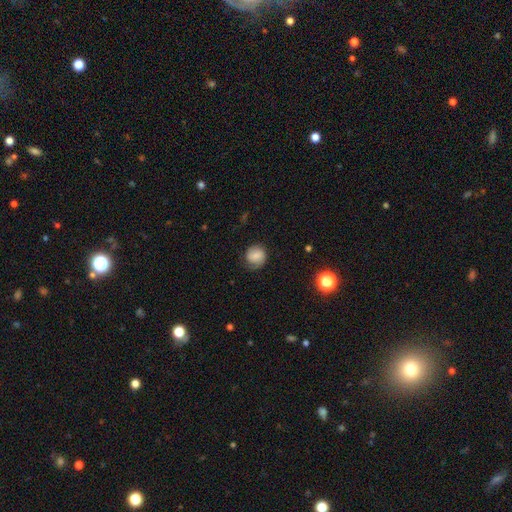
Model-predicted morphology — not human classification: The model was most divided on "smooth or featured": smooth: 64%, featured or disk: 26%, star or artifact: 10%. More confident: how rounded — round (83%); merging — none (74%).